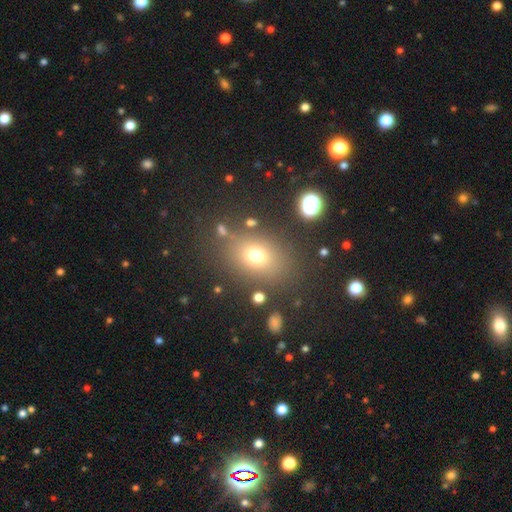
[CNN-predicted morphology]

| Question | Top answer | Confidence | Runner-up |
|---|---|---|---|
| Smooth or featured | smooth | 70% | star or artifact (18%) |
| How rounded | in between | 58% | round (41%) |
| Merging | none | 78% | minor disturbance (11%) |